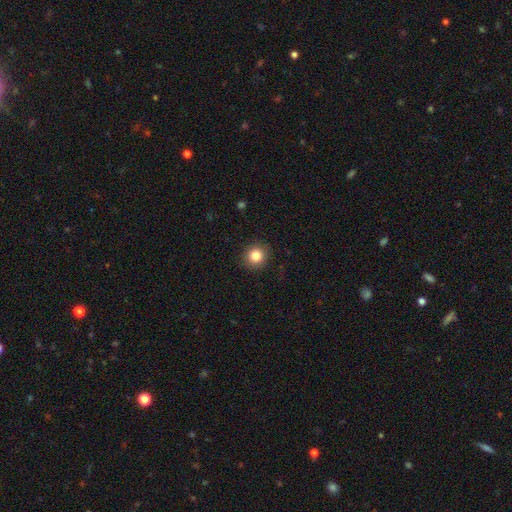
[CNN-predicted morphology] A smooth galaxy with no disk features (84%) that is round (90%). Merging: none (90%).